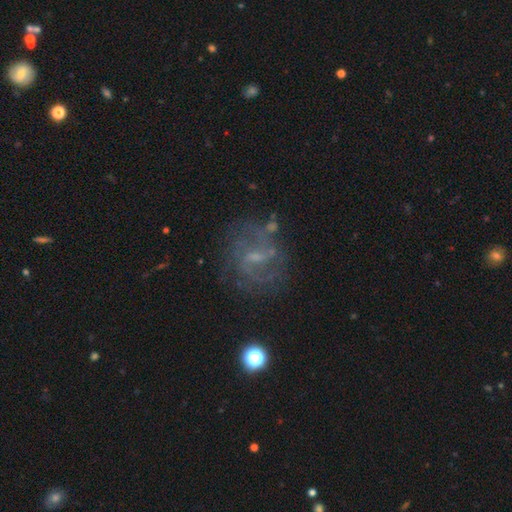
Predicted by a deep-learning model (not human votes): Smooth or featured? Predicted: featured or disk (p=0.73). Edge-on disk? Predicted: no (p=0.97). Bar? Predicted: weak (p=0.58). Spiral arms? Predicted: yes (p=0.82). Spiral winding? Predicted: medium (p=0.43). Spiral arm count? Predicted: 2 (p=0.48). Bulge size? Predicted: small (p=0.57). Merging? Predicted: none (p=0.69).